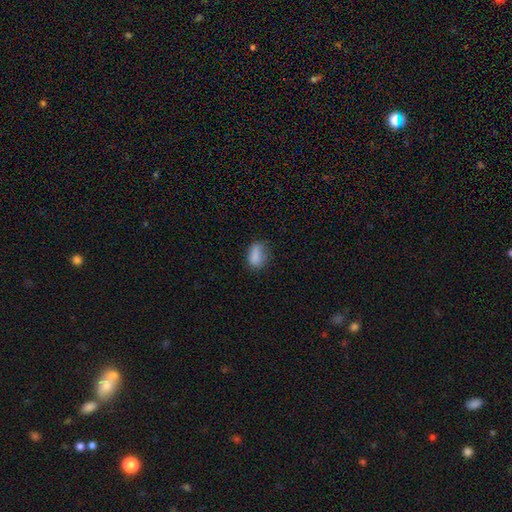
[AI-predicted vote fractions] Smooth or featured?
  - smooth: 84% *
  - star or artifact: 10%
  - featured or disk: 6%
How rounded?
  - in between: 84% *
  - round: 13%
  - cigar-shaped: 3%
Merging?
  - none: 60% *
  - minor disturbance: 28%
  - major disturbance: 9%
  - merger: 2%